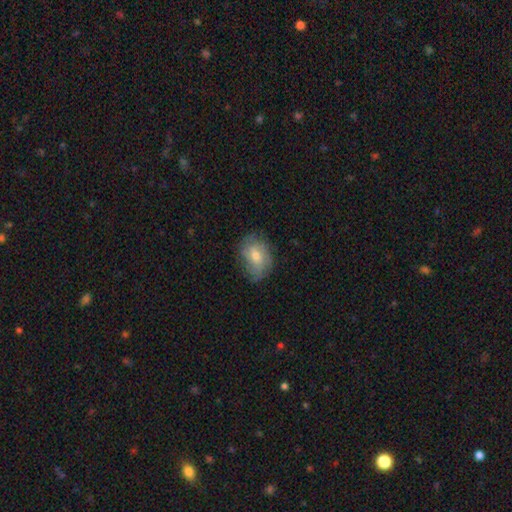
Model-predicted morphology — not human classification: A smooth galaxy with no disk features (51%) that is in between round and cigar-shaped (72%).

Vote fractions:
- Smooth or featured? smooth: 51% / featured or disk: 40% / star or artifact: 9%
- How rounded? in between: 72% / round: 26% / cigar-shaped: 2%
- Merging? none: 67% / minor disturbance: 24% / major disturbance: 7% / merger: 1%